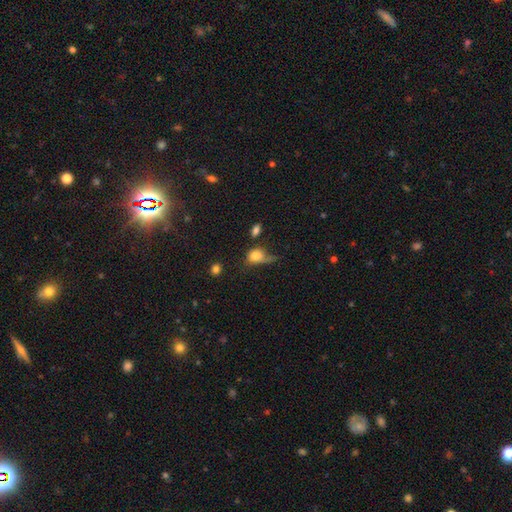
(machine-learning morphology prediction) smooth-or-featured: smooth: 77% | featured or disk: 13% | star or artifact: 10%
  how-rounded: in between: 54% | round: 43% | cigar-shaped: 2%
  merging: major disturbance: 36% | minor disturbance: 28% | none: 25% | merger: 11%